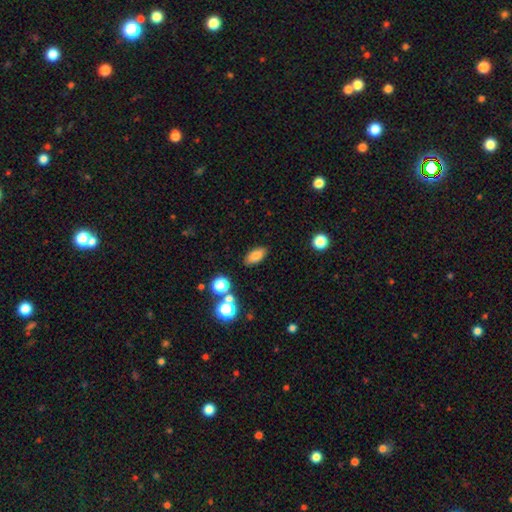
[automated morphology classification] smooth_or_featured: smooth (p=0.81) [alt: star or artifact p=0.10]
how_rounded: in between (p=0.87) [alt: cigar-shaped p=0.07]
merging: none (p=0.86) [alt: minor disturbance p=0.09]